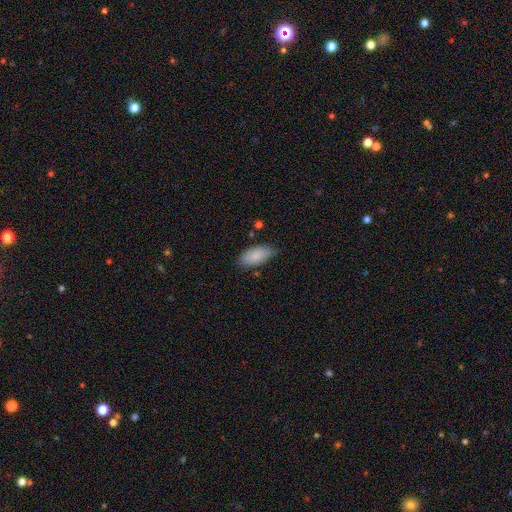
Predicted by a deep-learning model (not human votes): smooth-or-featured: smooth: 85% | featured or disk: 9% | star or artifact: 6%
  how-rounded: in between: 91% | cigar-shaped: 7% | round: 2%
  merging: none: 76% | minor disturbance: 18% | major disturbance: 3% | merger: 2%